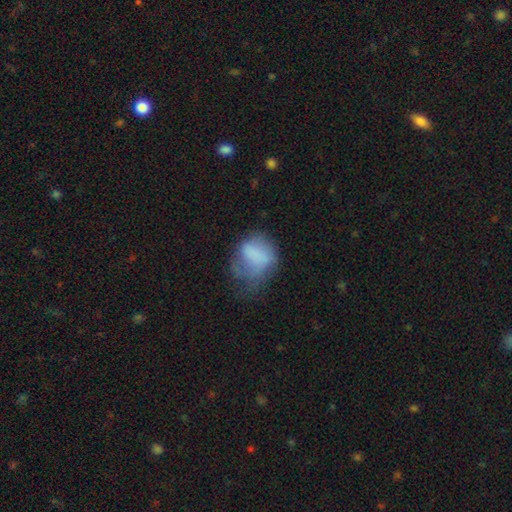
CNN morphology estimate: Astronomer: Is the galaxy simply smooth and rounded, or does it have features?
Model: smooth — 66%.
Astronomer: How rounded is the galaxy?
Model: round — 52% (runner-up: in between, 47%).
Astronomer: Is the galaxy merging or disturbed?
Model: major disturbance — 38% (runner-up: minor disturbance, 30%).